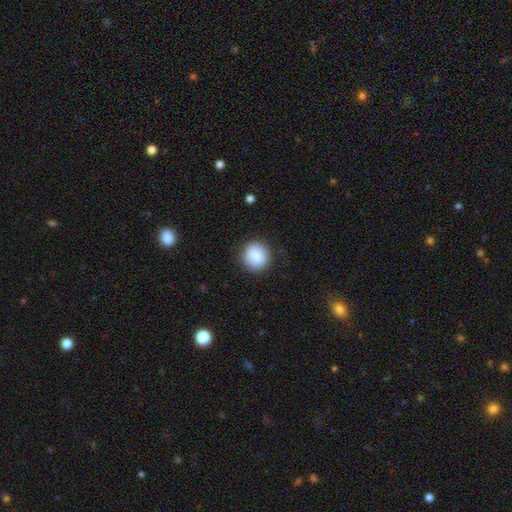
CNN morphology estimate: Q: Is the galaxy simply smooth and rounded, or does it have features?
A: smooth — 88%.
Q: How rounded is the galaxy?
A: round — 87%.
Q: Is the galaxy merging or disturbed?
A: none — 88%.